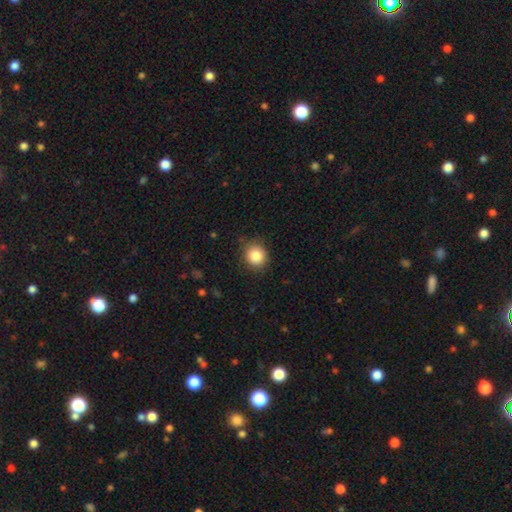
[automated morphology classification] A smooth galaxy with no disk features (86%) that is round (82%). Merging: none (82%).